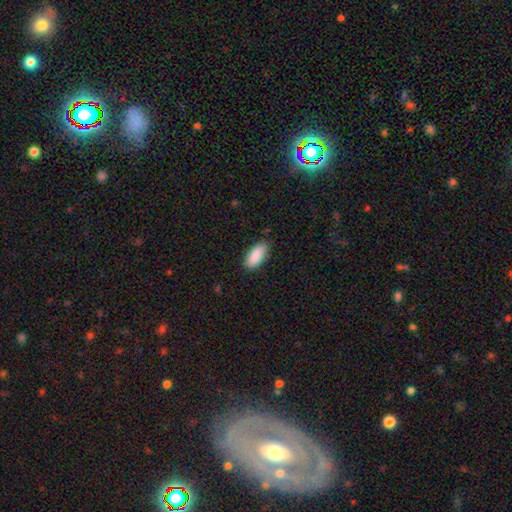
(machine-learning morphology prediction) Smooth or featured: smooth — 90% (star or artifact — 6%)
How rounded: in between — 88% (cigar-shaped — 10%)
Merging: none — 83% (minor disturbance — 13%)